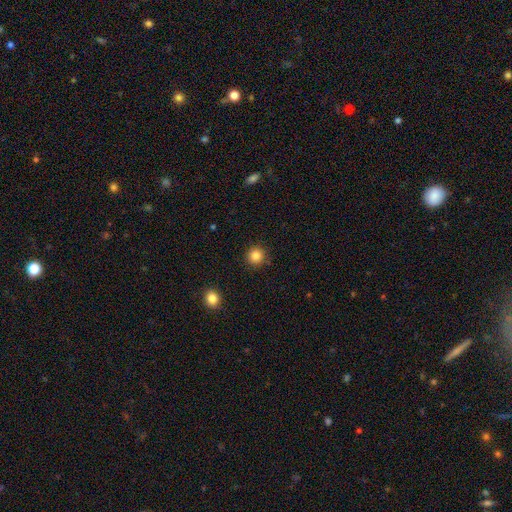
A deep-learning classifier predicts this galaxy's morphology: A smooth galaxy with no disk features (84%) that is round (94%).

Vote fractions:
- Smooth or featured? smooth: 84% / star or artifact: 11% / featured or disk: 4%
- How rounded? round: 94% / in between: 5% / cigar-shaped: 1%
- Merging? none: 91% / minor disturbance: 6% / major disturbance: 2% / merger: 1%